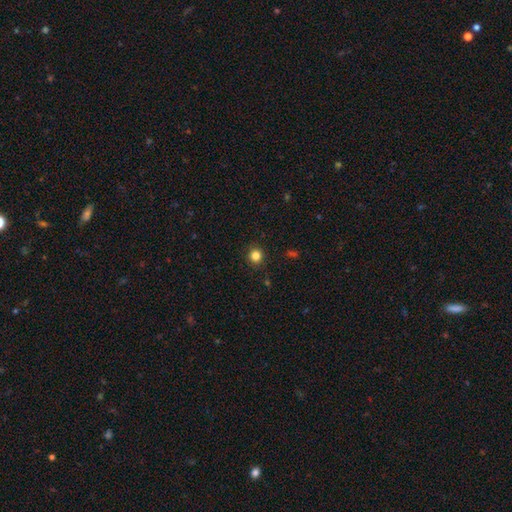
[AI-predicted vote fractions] smooth-or-featured: smooth: 83% | star or artifact: 13% | featured or disk: 4%
  how-rounded: round: 92% | in between: 7% | cigar-shaped: 1%
  merging: none: 91% | minor disturbance: 6% | major disturbance: 2% | merger: 1%